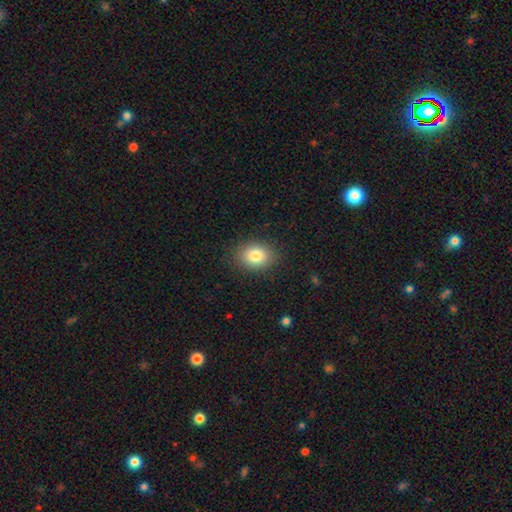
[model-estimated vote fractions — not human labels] smooth-or-featured: smooth: 83% | star or artifact: 9% | featured or disk: 8%
  how-rounded: in between: 61% | round: 38% | cigar-shaped: 1%
  merging: none: 87% | minor disturbance: 9% | major disturbance: 3% | merger: 1%